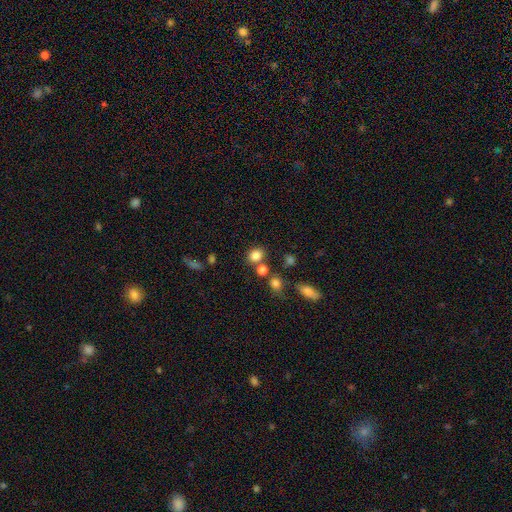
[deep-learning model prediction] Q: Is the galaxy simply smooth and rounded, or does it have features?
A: smooth — 82%.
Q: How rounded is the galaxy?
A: round — 63%.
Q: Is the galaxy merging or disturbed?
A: none — 68%.